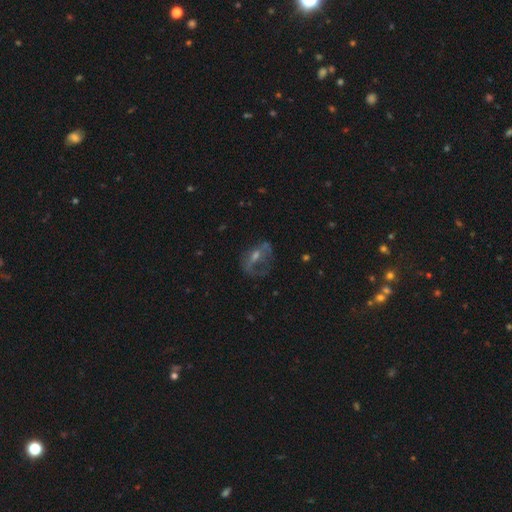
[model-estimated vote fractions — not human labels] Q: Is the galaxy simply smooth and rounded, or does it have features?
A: featured or disk — 57%.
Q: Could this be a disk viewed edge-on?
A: no — 91%.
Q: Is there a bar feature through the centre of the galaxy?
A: no — 51%.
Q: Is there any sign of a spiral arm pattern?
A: no — 56%.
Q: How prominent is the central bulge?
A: small — 45%.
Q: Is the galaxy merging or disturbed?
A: none — 47%.